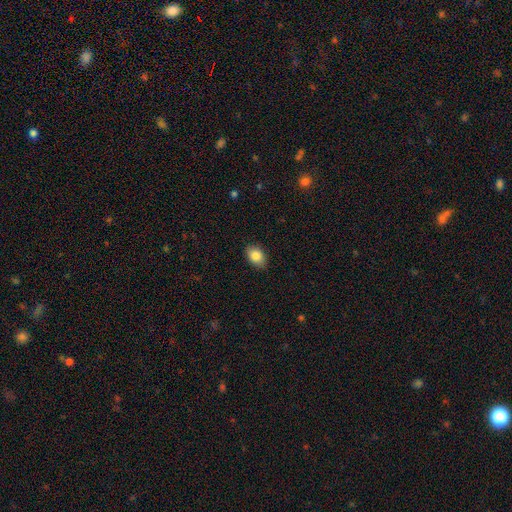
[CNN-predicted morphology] This is clearly a smooth galaxy (85%). How rounded: clearly in between (81%). Merging: clearly none (86%).